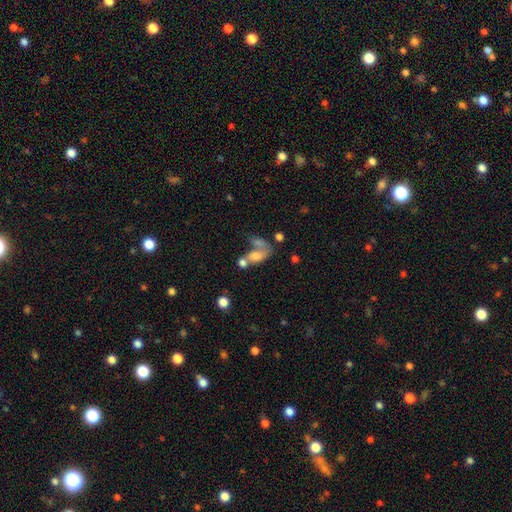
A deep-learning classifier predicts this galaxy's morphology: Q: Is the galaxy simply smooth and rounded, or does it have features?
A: smooth — 52%.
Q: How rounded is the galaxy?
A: in between — 79%.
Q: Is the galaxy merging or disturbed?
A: merger — 50%.